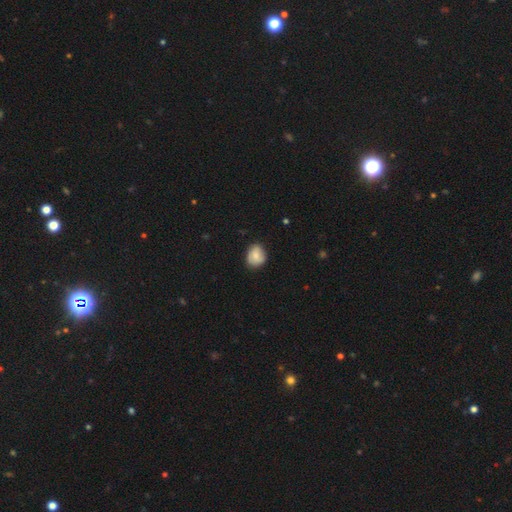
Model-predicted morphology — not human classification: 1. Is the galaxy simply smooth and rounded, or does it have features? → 75% smooth, 17% featured or disk, 7% star or artifact.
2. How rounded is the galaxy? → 58% round, 41% in between, 1% cigar-shaped.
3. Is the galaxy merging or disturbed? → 72% none, 23% minor disturbance, 4% major disturbance, 1% merger.